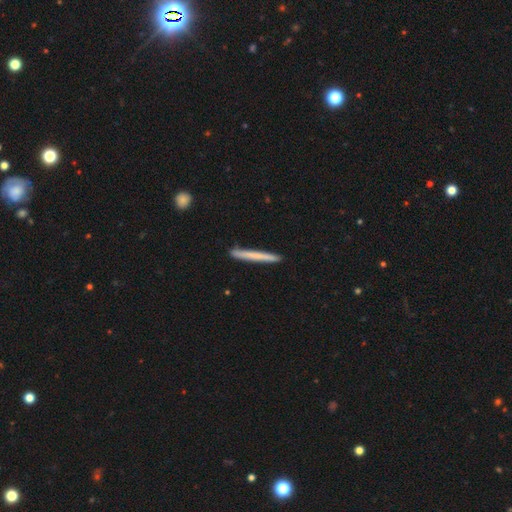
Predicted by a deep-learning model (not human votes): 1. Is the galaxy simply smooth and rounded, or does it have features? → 65% smooth, 30% featured or disk, 5% star or artifact.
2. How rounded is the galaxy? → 97% cigar-shaped, 2% in between, 1% round.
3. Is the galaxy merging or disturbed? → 91% none, 7% minor disturbance, 1% merger, 1% major disturbance.